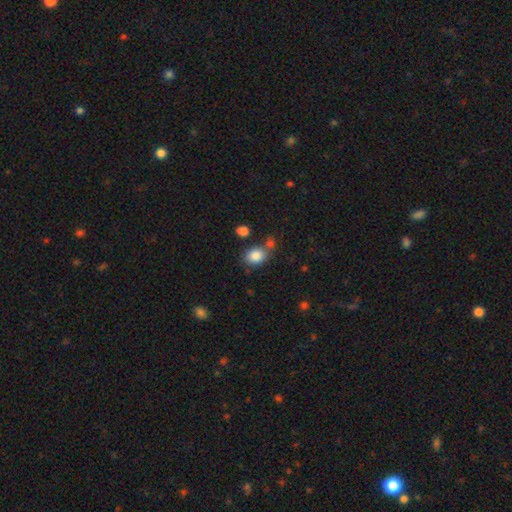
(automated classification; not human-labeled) Overall: smooth (84%). How rounded: in between (58%; round 41%). Merging: none (63%).